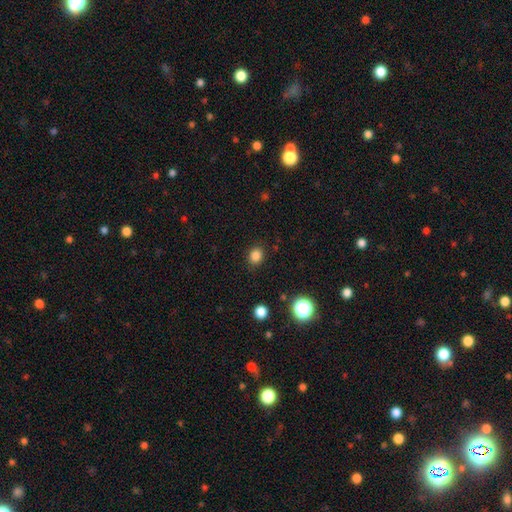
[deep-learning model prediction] Q: Smooth or featured?
A: smooth (84%); runner-up: star or artifact (12%)
Q: How rounded?
A: round (66%); runner-up: in between (33%)
Q: Merging?
A: none (89%); runner-up: minor disturbance (8%)